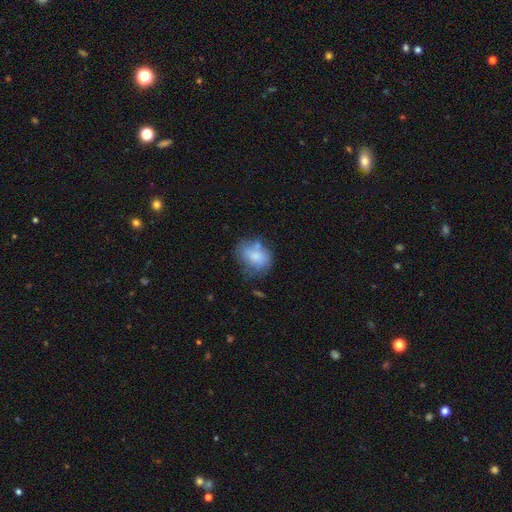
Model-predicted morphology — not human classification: Overall: smooth (74%). How rounded: in between (58%; round 41%). Merging: none (51%; minor disturbance 27%).